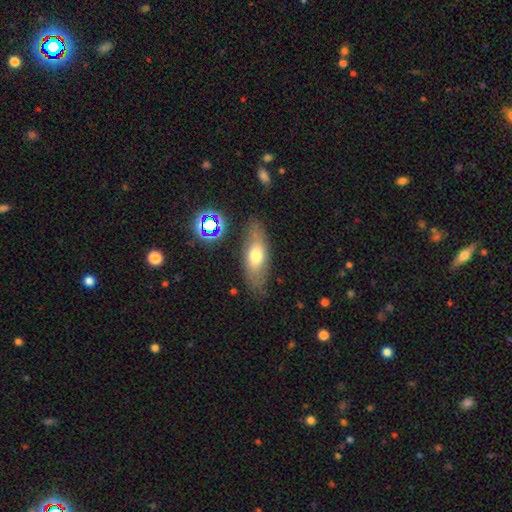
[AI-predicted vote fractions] Smooth or featured? Predicted: smooth (p=0.60). How rounded? Predicted: in between (p=0.73). Merging? Predicted: none (p=0.76).